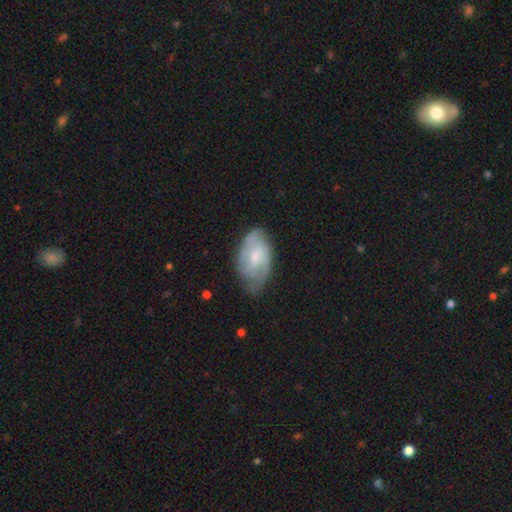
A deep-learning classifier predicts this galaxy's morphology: Smooth or featured? Predicted: featured or disk (p=0.66). Edge-on disk? Predicted: no (p=0.96). Bar? Predicted: weak (p=0.51). Spiral arms? Predicted: yes (p=0.85). Spiral winding? Predicted: tight (p=0.45). Spiral arm count? Predicted: 2 (p=0.45). Bulge size? Predicted: small (p=0.47). Merging? Predicted: none (p=0.57).